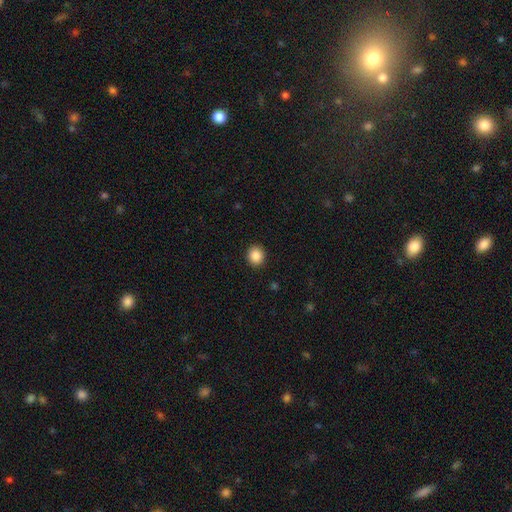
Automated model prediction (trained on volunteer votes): This appears to be a smooth galaxy with no disk features (88%) that is round (82%). Merging: none (92%).